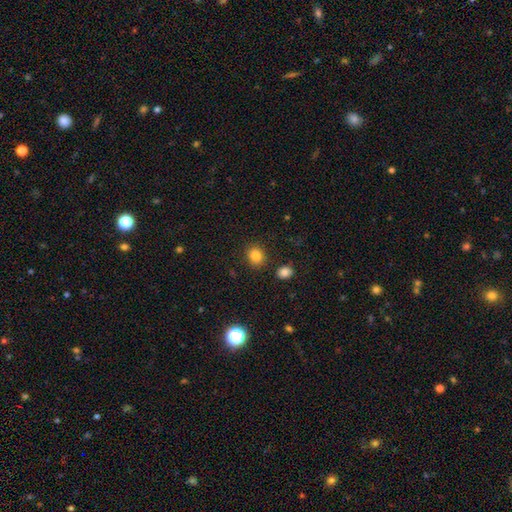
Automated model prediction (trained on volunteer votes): Overall: smooth (83%). How rounded: round (73%). Merging: none (85%).